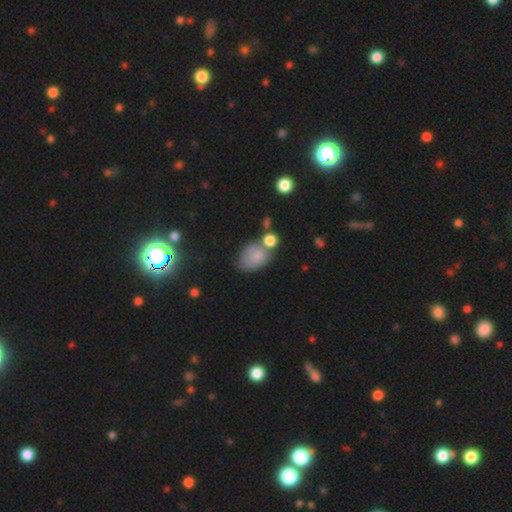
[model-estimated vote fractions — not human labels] Smooth or featured: smooth — 73% (featured or disk — 15%)
How rounded: in between — 75% (round — 24%)
Merging: none — 36% (merger — 28%)